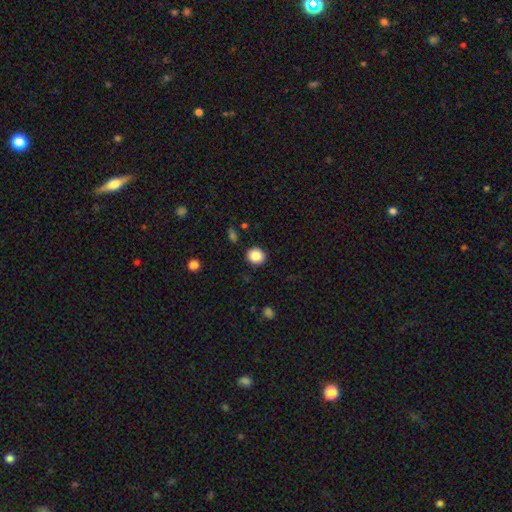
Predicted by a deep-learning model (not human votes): A smooth galaxy with no disk features (87%) that is round (79%). Merging: none (89%).